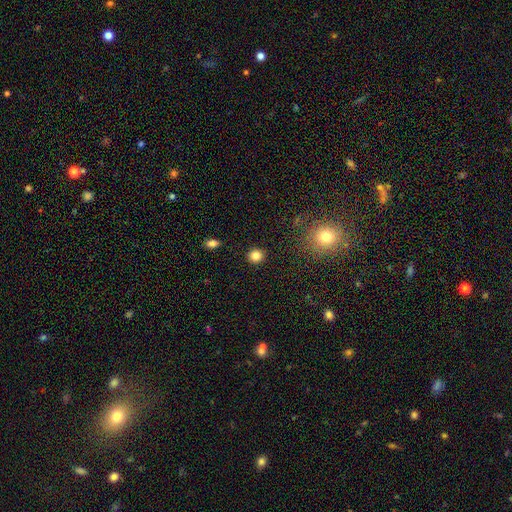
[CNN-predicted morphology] smooth_or_featured: smooth (p=0.83) [alt: star or artifact p=0.11]
how_rounded: round (p=0.89) [alt: in between p=0.10]
merging: none (p=0.91) [alt: minor disturbance p=0.05]